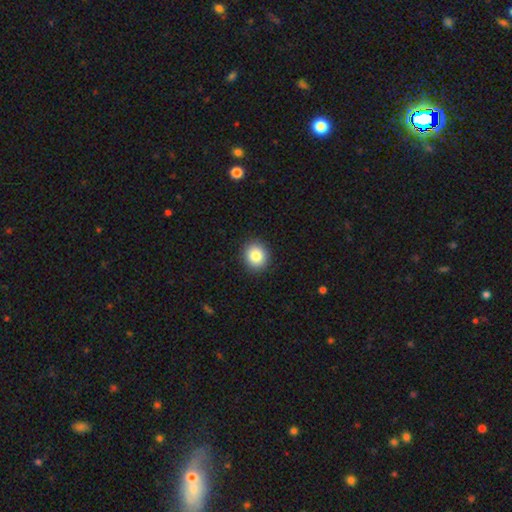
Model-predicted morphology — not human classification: A smooth galaxy with no disk features (85%) that is round (79%).

Vote fractions:
- Smooth or featured? smooth: 85% / star or artifact: 9% / featured or disk: 6%
- How rounded? round: 79% / in between: 20% / cigar-shaped: 1%
- Merging? none: 91% / minor disturbance: 6% / major disturbance: 2% / merger: 1%